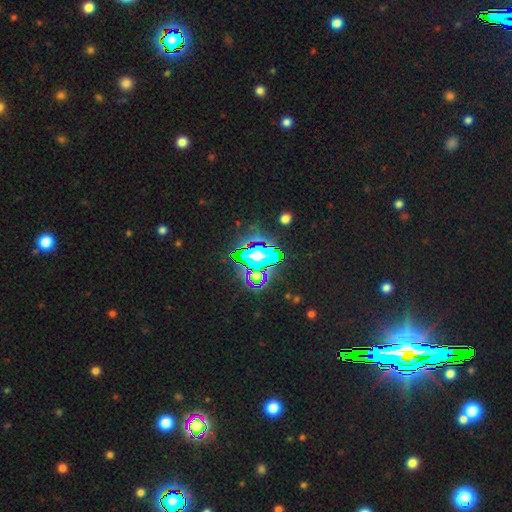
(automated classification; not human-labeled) A star or artifact, not a galaxy (64%).

Vote fractions:
- Smooth or featured? star or artifact: 64% / smooth: 20% / featured or disk: 16%